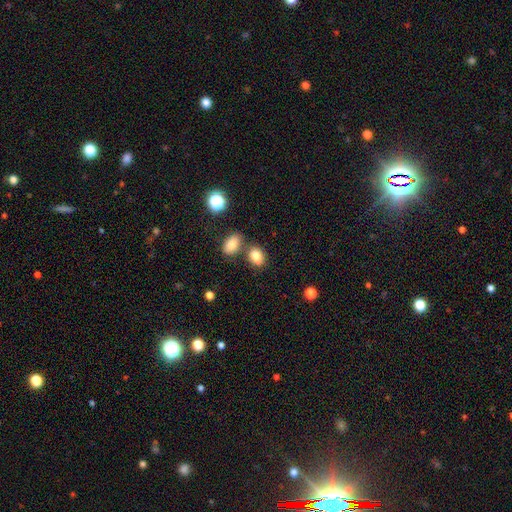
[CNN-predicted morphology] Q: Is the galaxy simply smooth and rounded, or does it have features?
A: smooth — 80%.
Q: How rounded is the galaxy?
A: in between — 59%.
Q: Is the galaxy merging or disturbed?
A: none — 59%.